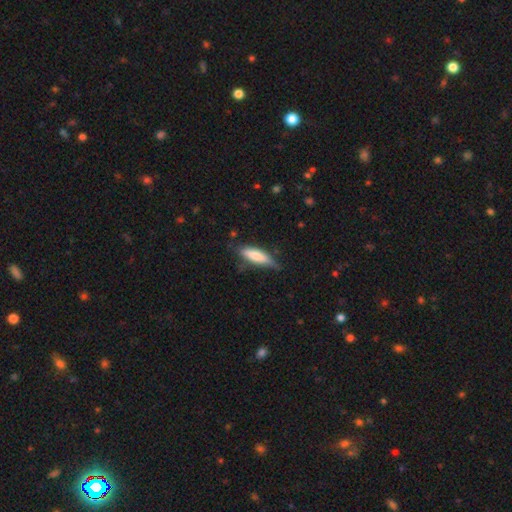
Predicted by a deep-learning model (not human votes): Morphology: type=smooth (73%); roundness=cigar-shaped (58%); merging=none (61%).